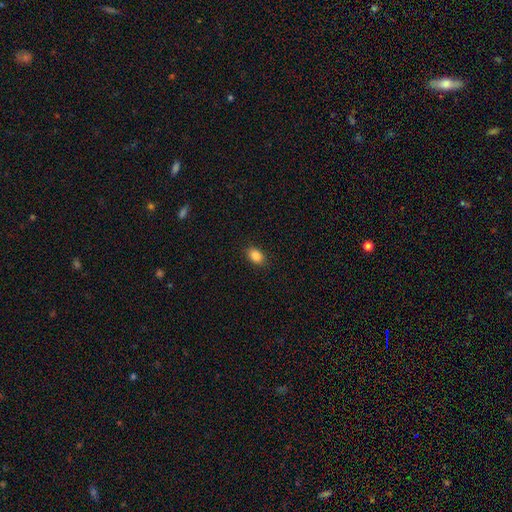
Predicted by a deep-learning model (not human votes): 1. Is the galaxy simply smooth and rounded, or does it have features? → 86% smooth, 9% star or artifact, 5% featured or disk.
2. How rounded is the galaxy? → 80% in between, 19% round, 1% cigar-shaped.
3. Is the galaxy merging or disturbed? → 89% none, 8% minor disturbance, 2% major disturbance, 1% merger.